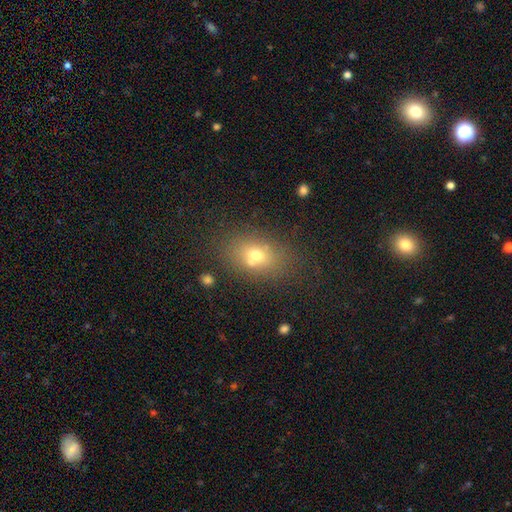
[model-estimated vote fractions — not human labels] Smooth or featured? smooth (65%)
How rounded? in between (71%)
Merging? none (65%)